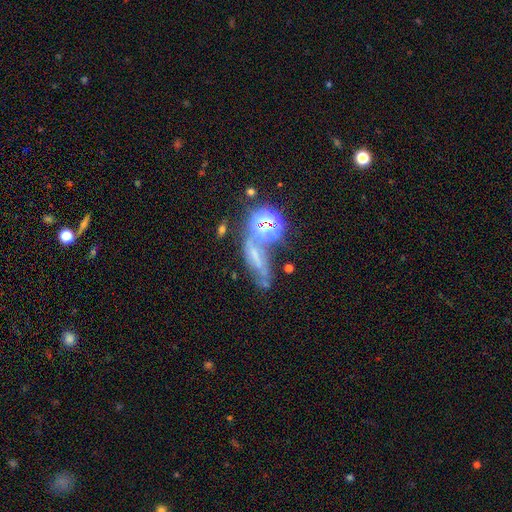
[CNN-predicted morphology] Q: Smooth or featured?
A: star or artifact (38%); runner-up: featured or disk (34%)